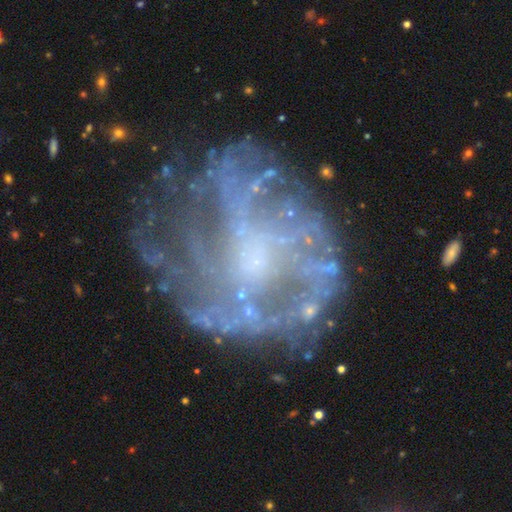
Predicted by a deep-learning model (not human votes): This is likely a featured or disk galaxy (76%). It is clearly not viewed edge-on (97%). Bar: likely no (71%). Spiral arm pattern: likely yes (62%). Central bulge: marginally small (42%). Merging: possibly none (59%).